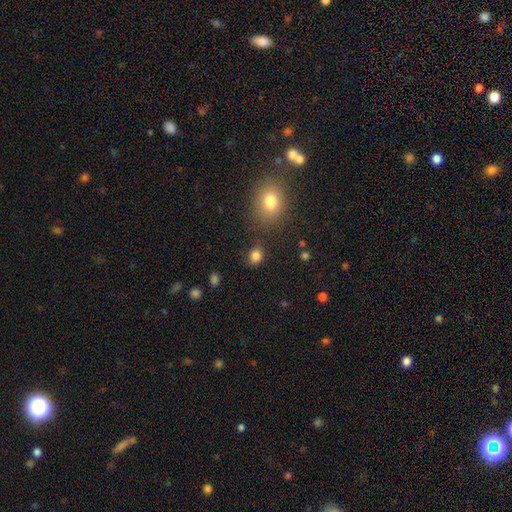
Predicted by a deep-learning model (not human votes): smooth 83%, star or artifact 13%, featured or disk 5%. Down the decision tree: how rounded — round (62%); merging — none (80%).